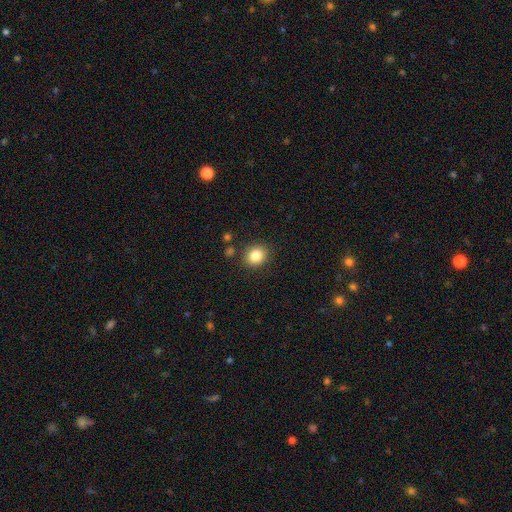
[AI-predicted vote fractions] smooth_or_featured: smooth (p=0.84) [alt: star or artifact p=0.10]
how_rounded: round (p=0.73) [alt: in between p=0.26]
merging: none (p=0.86) [alt: minor disturbance p=0.08]